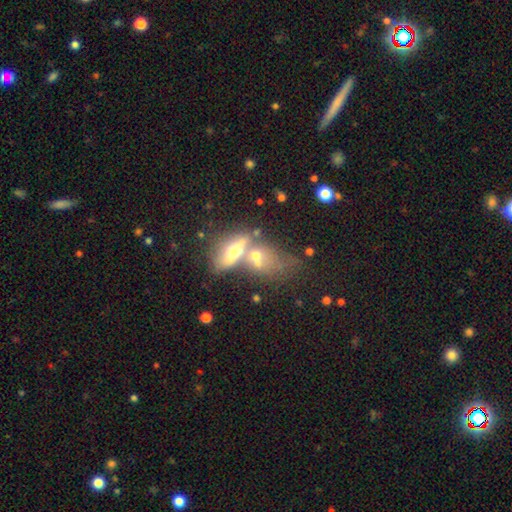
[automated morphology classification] Smooth or featured? Predicted: smooth (p=0.44, tied with featured or disk). Merging? Predicted: merger (p=0.64).